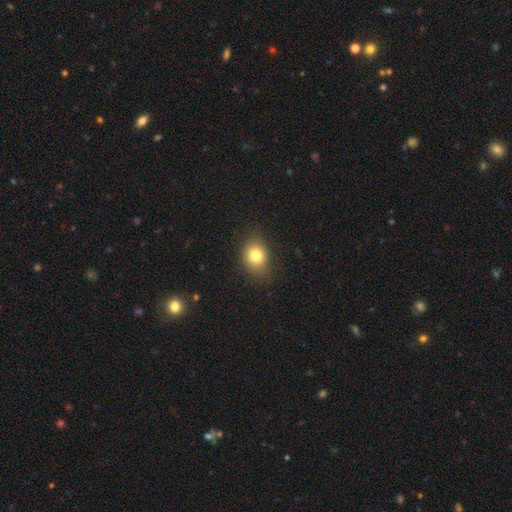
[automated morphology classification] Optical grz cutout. It shows a smooth galaxy with no disk features (78%) that is round (54%). Merging: none (78%).